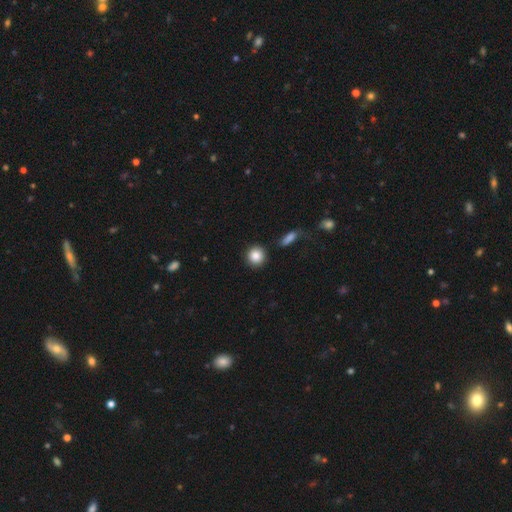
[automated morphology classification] Smooth or featured?
  - smooth: 86% *
  - star or artifact: 8%
  - featured or disk: 6%
How rounded?
  - round: 91% *
  - in between: 7%
  - cigar-shaped: 1%
Merging?
  - none: 86% *
  - minor disturbance: 7%
  - merger: 5%
  - major disturbance: 3%